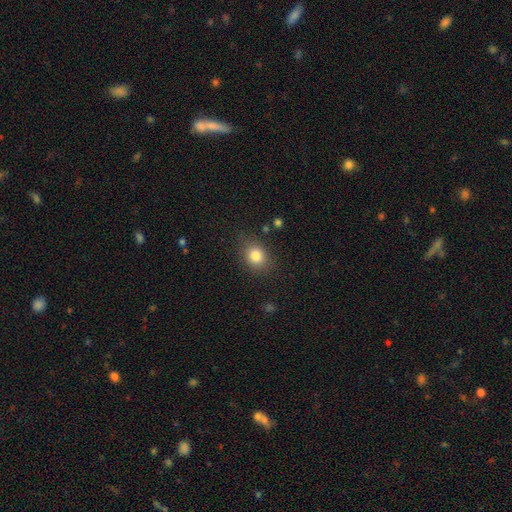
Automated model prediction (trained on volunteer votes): Morphology: type=smooth (83%); roundness=round (56%); merging=none (82%).